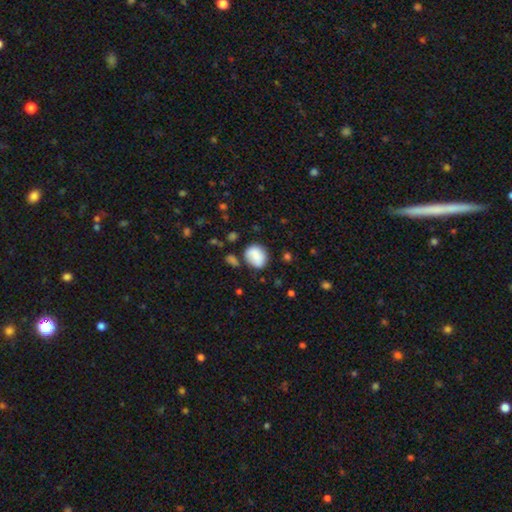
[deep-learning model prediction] Morphology: type=smooth (82%); roundness=round (53%); merging=none (67%).